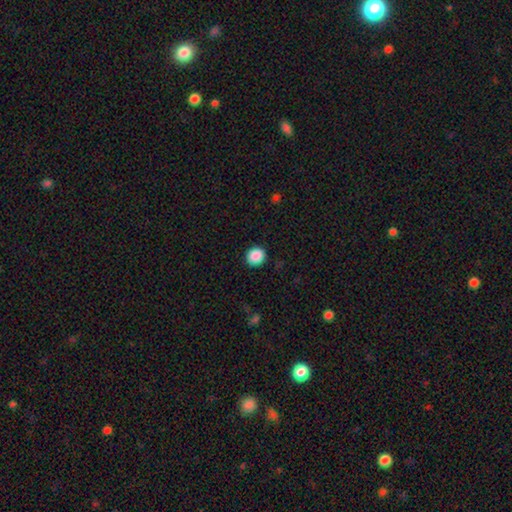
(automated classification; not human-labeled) Overall: smooth (89%). How rounded: round (84%). Merging: none (90%).